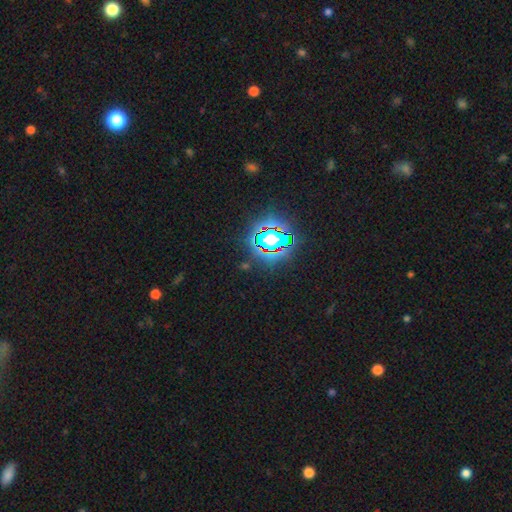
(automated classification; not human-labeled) The model was most divided on "smooth or featured": star or artifact: 82%, smooth: 11%, featured or disk: 7%.